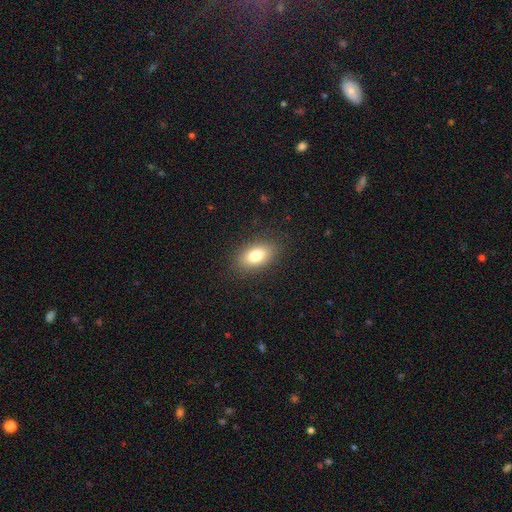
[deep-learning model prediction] A smooth galaxy with no disk features (79%) that is in between round and cigar-shaped (89%). Merging: none (87%).